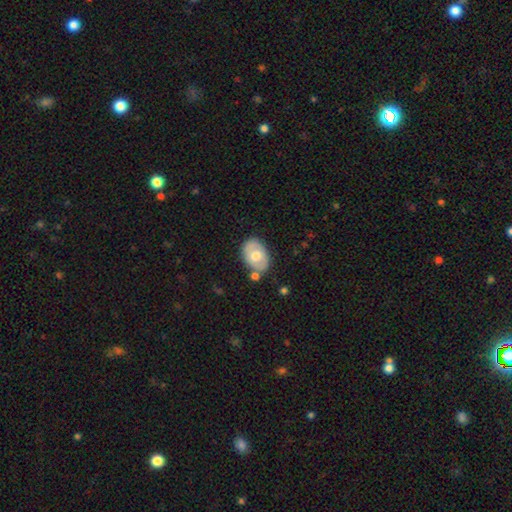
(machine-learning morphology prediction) smooth_or_featured: smooth (p=0.55) [alt: featured or disk p=0.39]
how_rounded: in between (p=0.79) [alt: round p=0.20]
merging: none (p=0.71) [alt: minor disturbance p=0.15]